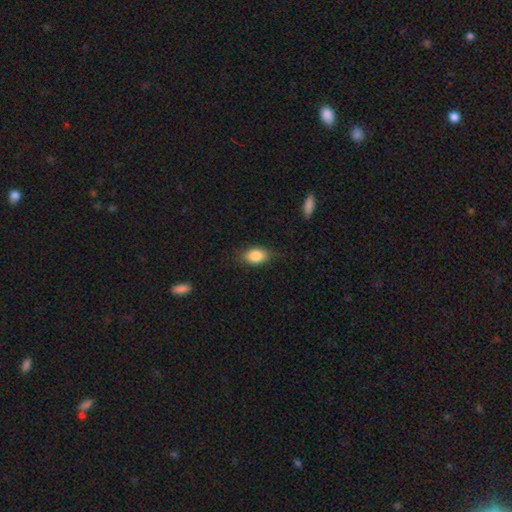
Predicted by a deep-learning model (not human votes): smooth 85%, star or artifact 8%, featured or disk 7%. Down the decision tree: how rounded — in between (86%); merging — none (80%).